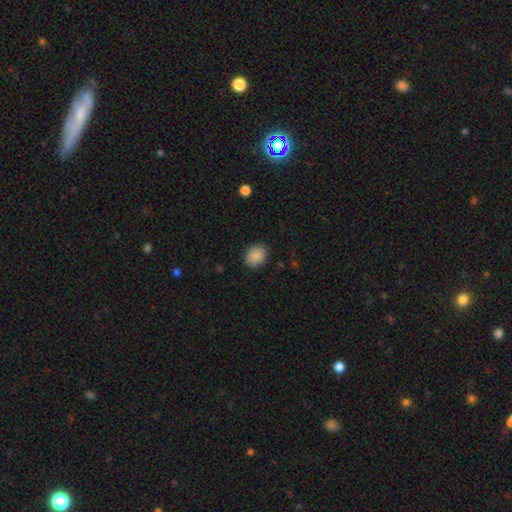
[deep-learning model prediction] The model was most divided on "how rounded": in between: 50%, round: 49%, cigar-shaped: 1%. More confident: smooth or featured — smooth (89%); merging — none (87%).